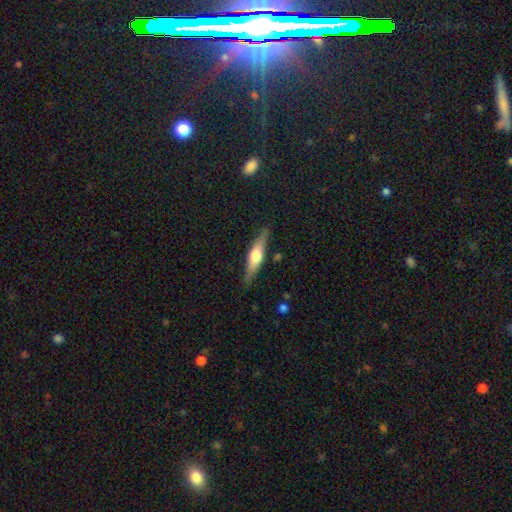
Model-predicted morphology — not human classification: Smooth or featured? featured or disk (60%)
Edge-on disk? yes (95%)
Edge-on bulge? rounded (90%)
Merging? none (85%)